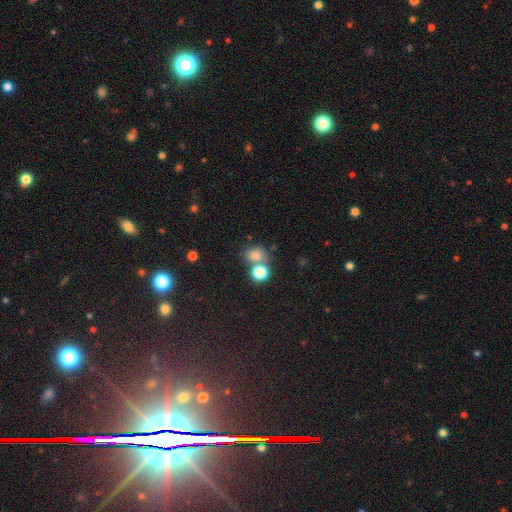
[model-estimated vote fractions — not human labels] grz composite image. It shows a smooth galaxy with no disk features (77%) that is round (62%). Merging: none (51%).